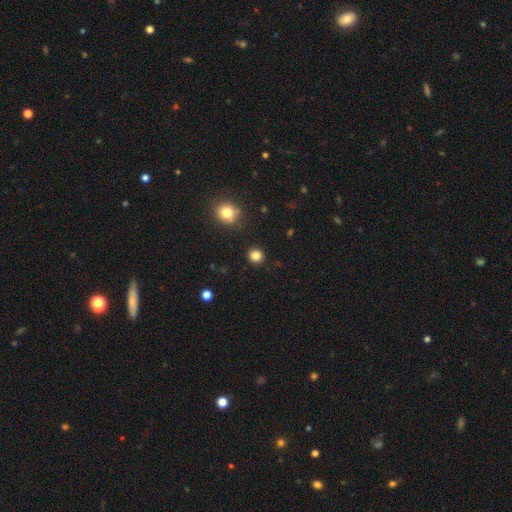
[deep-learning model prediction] The model was most divided on "smooth or featured": smooth: 83%, star or artifact: 13%, featured or disk: 4%. More confident: how rounded — round (91%); merging — none (91%).